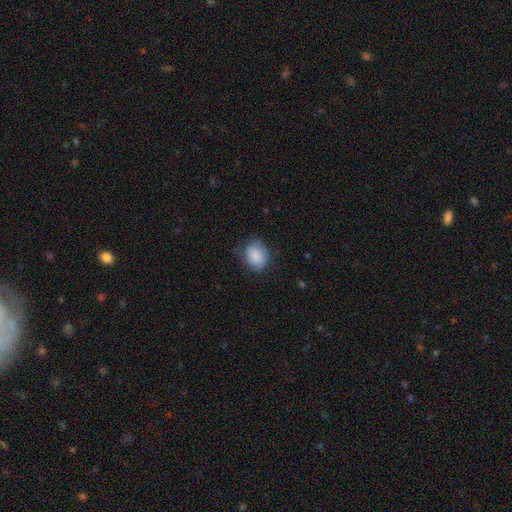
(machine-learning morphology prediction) type=smooth (86%); roundness=in between (50%); merging=none (71%).